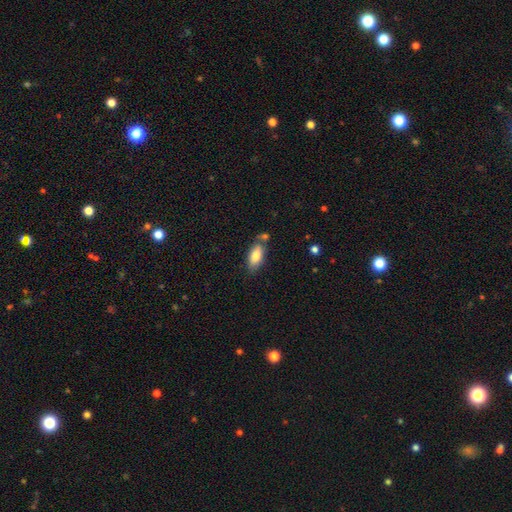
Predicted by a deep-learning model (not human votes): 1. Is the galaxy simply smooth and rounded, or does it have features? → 79% smooth, 14% featured or disk, 7% star or artifact.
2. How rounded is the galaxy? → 87% in between, 10% cigar-shaped, 2% round.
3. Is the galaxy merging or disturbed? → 63% none, 18% minor disturbance, 15% merger, 4% major disturbance.